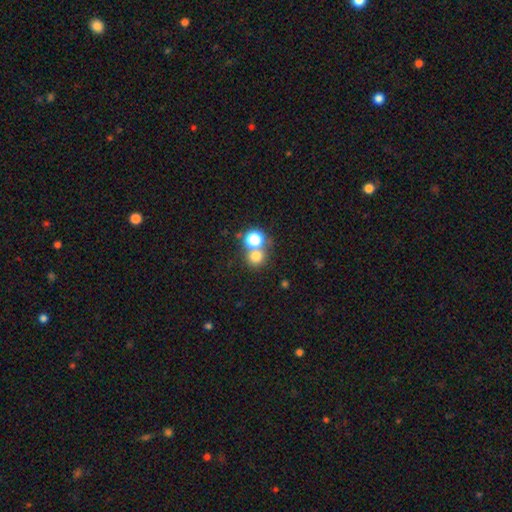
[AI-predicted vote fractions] This appears to be a smooth galaxy with no disk features (73%) that is round (88%). Merging: none (55%).